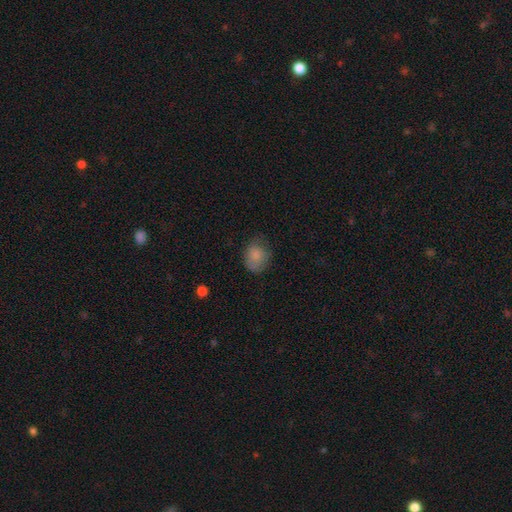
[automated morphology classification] smooth-or-featured: smooth: 82% | featured or disk: 9% | star or artifact: 9%
  how-rounded: round: 52% | in between: 47% | cigar-shaped: 1%
  merging: none: 61% | minor disturbance: 28% | major disturbance: 10% | merger: 2%